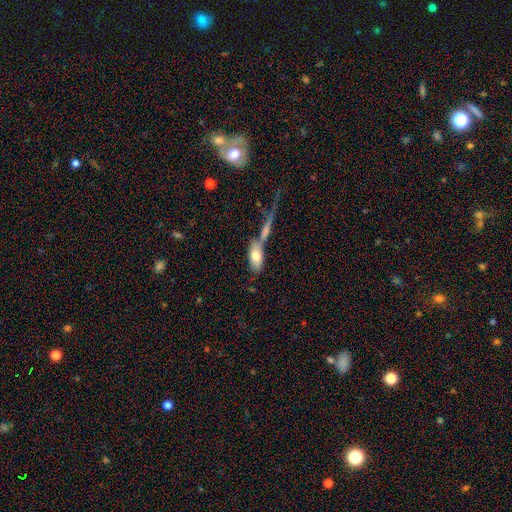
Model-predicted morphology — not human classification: A smooth galaxy with no disk features (72%) that is in between round and cigar-shaped (84%).

Vote fractions:
- Smooth or featured? smooth: 72% / featured or disk: 21% / star or artifact: 7%
- How rounded? in between: 84% / cigar-shaped: 13% / round: 3%
- Merging? merger: 43% / none: 37% / minor disturbance: 12% / major disturbance: 7%